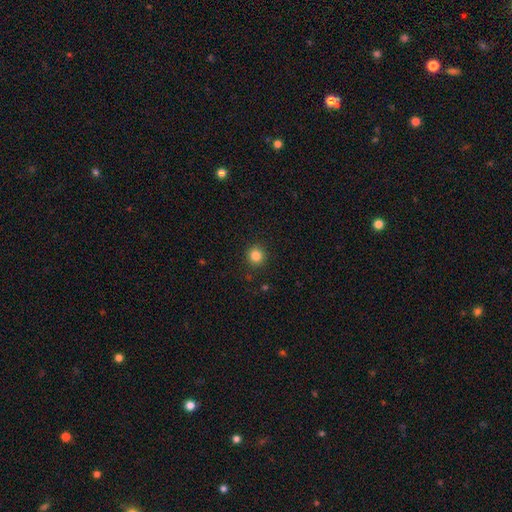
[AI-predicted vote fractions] Q: Smooth or featured?
A: smooth (84%); runner-up: star or artifact (12%)
Q: How rounded?
A: round (93%); runner-up: in between (6%)
Q: Merging?
A: none (92%); runner-up: minor disturbance (5%)